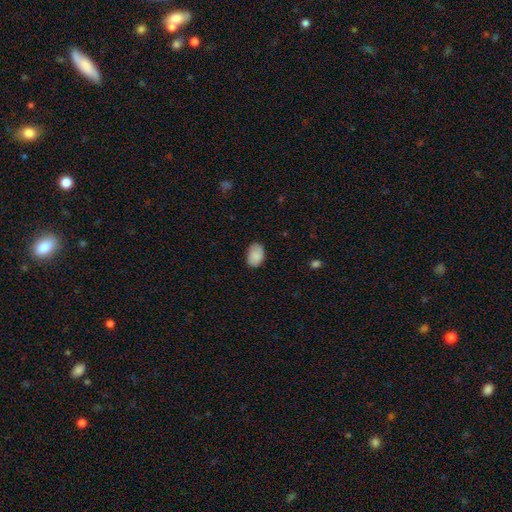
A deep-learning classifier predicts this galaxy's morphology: Smooth or featured: smooth — 87% (star or artifact — 7%)
How rounded: in between — 83% (round — 16%)
Merging: none — 80% (minor disturbance — 16%)